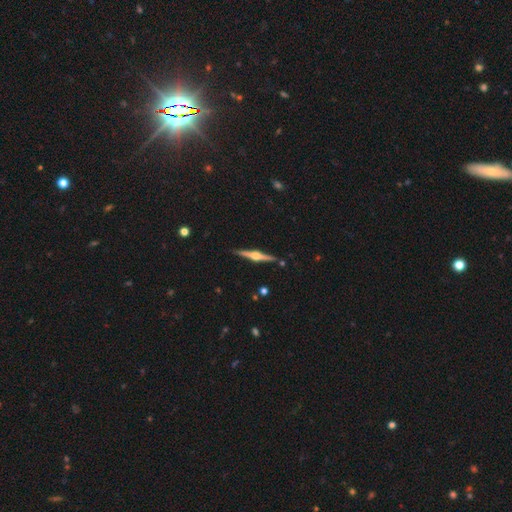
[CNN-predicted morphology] Smooth or featured?
  - featured or disk: 83% *
  - smooth: 11%
  - star or artifact: 5%
Edge-on disk?
  - yes: 99% *
  - no: 1%
Edge-on bulge?
  - rounded: 94% *
  - boxy: 4%
  - none: 2%
Merging?
  - none: 91% *
  - minor disturbance: 6%
  - merger: 2%
  - major disturbance: 1%